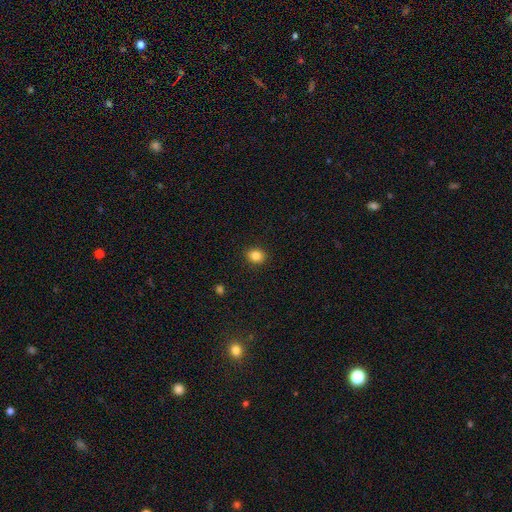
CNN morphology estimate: Smooth or featured? smooth (85%)
How rounded? round (67%)
Merging? none (91%)